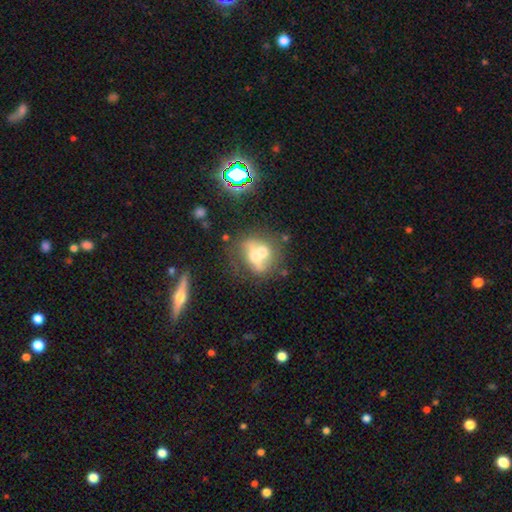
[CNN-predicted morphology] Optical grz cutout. It shows a smooth galaxy with no disk features (45%). Merging: merger (53%).